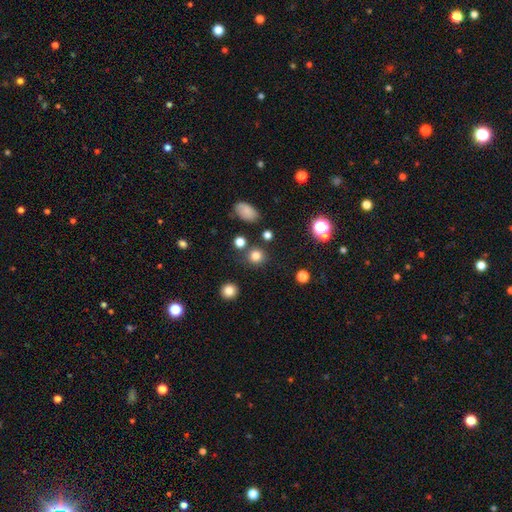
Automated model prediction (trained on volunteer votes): Smooth or featured? smooth (79%)
How rounded? round (89%)
Merging? none (83%)